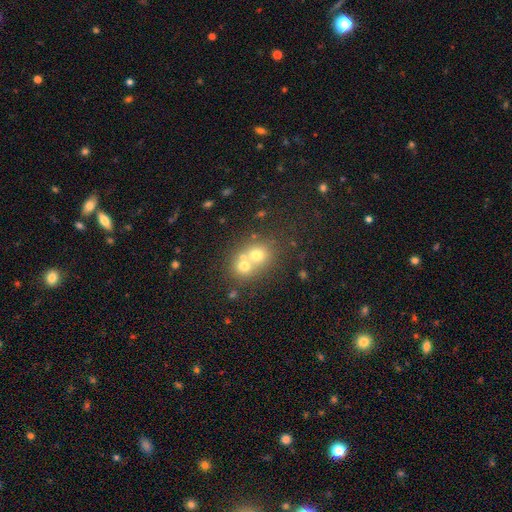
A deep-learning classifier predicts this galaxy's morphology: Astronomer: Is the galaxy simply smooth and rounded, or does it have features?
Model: smooth — 60%.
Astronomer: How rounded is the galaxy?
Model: round — 75%.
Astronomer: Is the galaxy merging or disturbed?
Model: merger — 58% (runner-up: none, 34%).